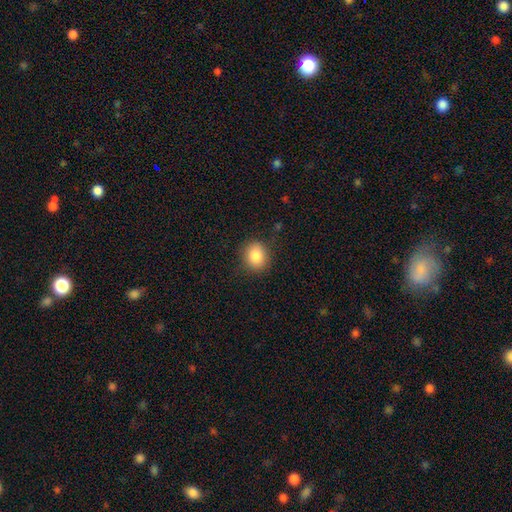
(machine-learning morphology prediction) smooth_or_featured: smooth (p=0.86) [alt: star or artifact p=0.09]
how_rounded: round (p=0.72) [alt: in between p=0.27]
merging: none (p=0.86) [alt: minor disturbance p=0.10]